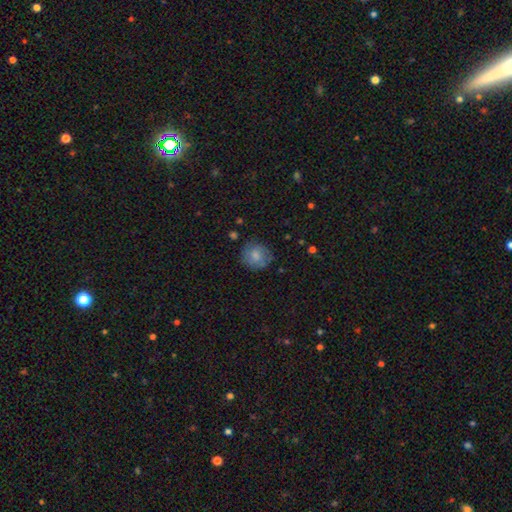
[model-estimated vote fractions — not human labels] A smooth galaxy with no disk features (61%) that is round (87%).

Vote fractions:
- Smooth or featured? smooth: 61% / featured or disk: 31% / star or artifact: 9%
- How rounded? round: 87% / in between: 12% / cigar-shaped: 1%
- Merging? none: 74% / minor disturbance: 18% / major disturbance: 7% / merger: 2%